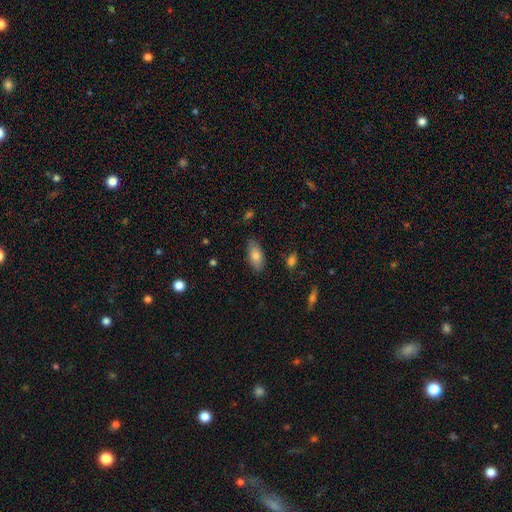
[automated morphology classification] The model was most divided on "smooth or featured": smooth: 78%, featured or disk: 15%, star or artifact: 7%. More confident: how rounded — in between (87%); merging — none (83%).